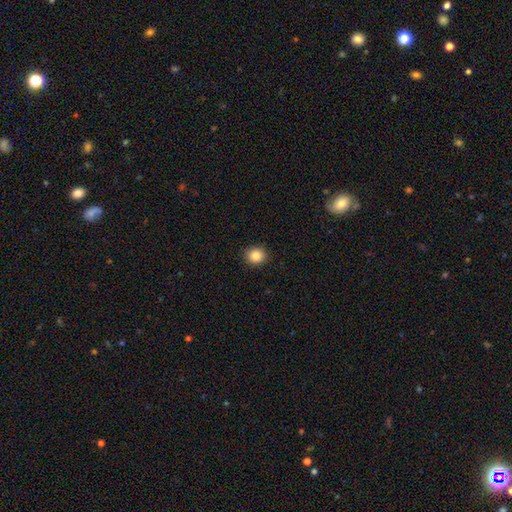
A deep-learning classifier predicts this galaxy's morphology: Smooth or featured? smooth (86%)
How rounded? round (80%)
Merging? none (91%)